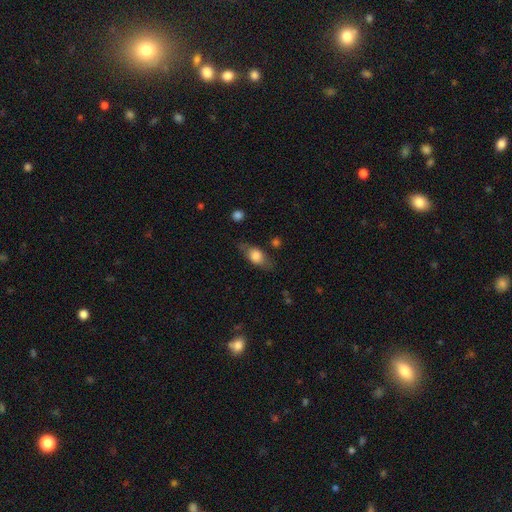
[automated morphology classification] Smooth or featured? smooth (65%)
How rounded? in between (74%)
Merging? none (71%)